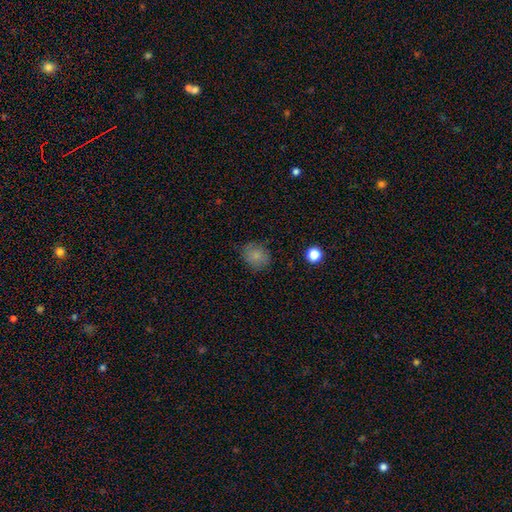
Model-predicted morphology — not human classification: This appears to be a smooth galaxy with no disk features (81%) that is round (59%). Merging: none (79%).